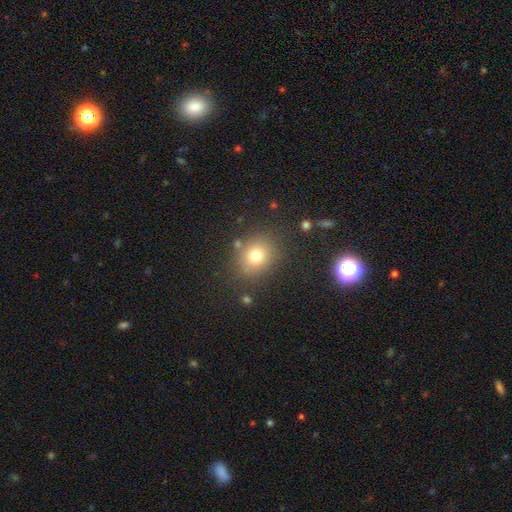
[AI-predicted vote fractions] smooth_or_featured: smooth (p=0.76) [alt: star or artifact p=0.15]
how_rounded: round (p=0.68) [alt: in between p=0.31]
merging: none (p=0.81) [alt: minor disturbance p=0.11]